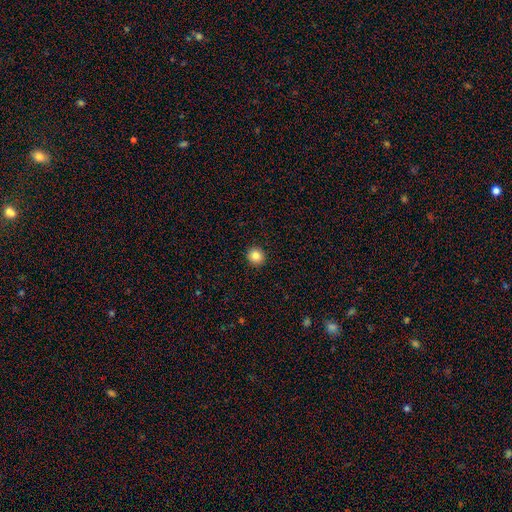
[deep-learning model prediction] A smooth galaxy with no disk features (84%) that is round (93%).

Vote fractions:
- Smooth or featured? smooth: 84% / star or artifact: 10% / featured or disk: 5%
- How rounded? round: 93% / in between: 6% / cigar-shaped: 1%
- Merging? none: 93% / minor disturbance: 4% / major disturbance: 2% / merger: 1%